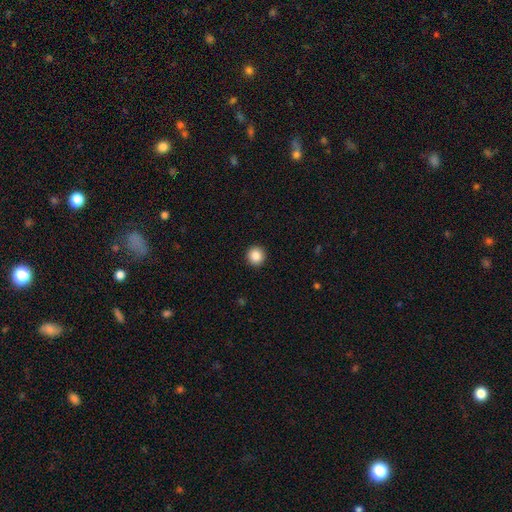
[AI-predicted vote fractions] Morphology: type=smooth (87%); roundness=round (96%); merging=none (94%).